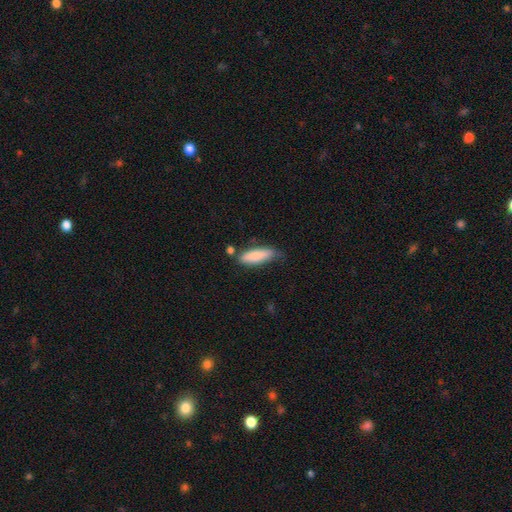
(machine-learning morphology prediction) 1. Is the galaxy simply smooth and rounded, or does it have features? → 84% smooth, 10% featured or disk, 6% star or artifact.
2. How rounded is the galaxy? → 52% in between, 46% cigar-shaped, 2% round.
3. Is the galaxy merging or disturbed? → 59% none, 28% minor disturbance, 7% merger, 7% major disturbance.